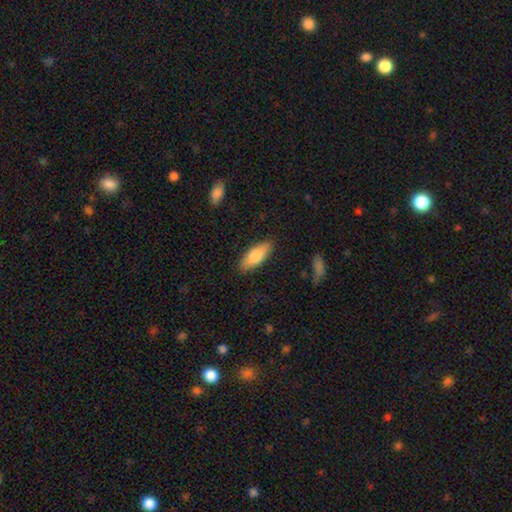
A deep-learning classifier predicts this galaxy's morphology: A smooth galaxy with no disk features (77%) that is in between round and cigar-shaped (76%).

Vote fractions:
- Smooth or featured? smooth: 77% / featured or disk: 17% / star or artifact: 6%
- How rounded? in between: 76% / cigar-shaped: 22% / round: 2%
- Merging? none: 86% / minor disturbance: 10% / major disturbance: 2% / merger: 1%